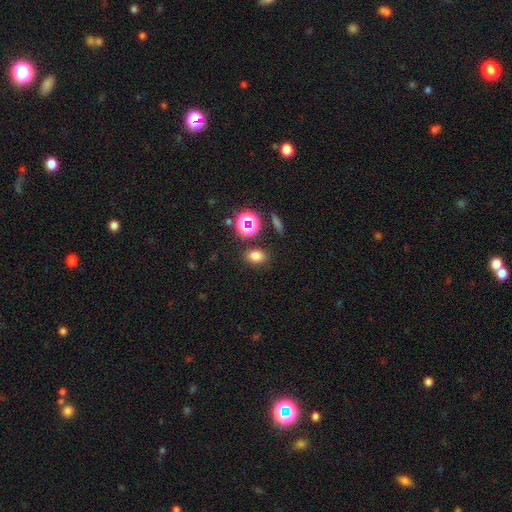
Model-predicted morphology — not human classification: smooth-or-featured: smooth: 75% | star or artifact: 18% | featured or disk: 7%
  how-rounded: in between: 68% | round: 31% | cigar-shaped: 2%
  merging: none: 82% | minor disturbance: 10% | merger: 5% | major disturbance: 3%